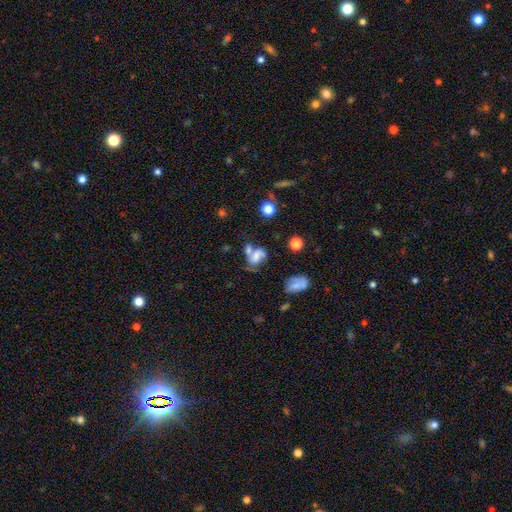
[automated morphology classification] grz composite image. It shows a smooth galaxy with no disk features (45%). Merging: merger (44%).